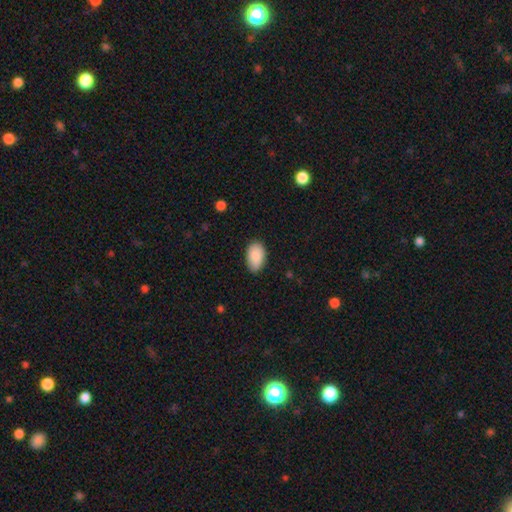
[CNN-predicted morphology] smooth-or-featured: smooth: 88% | star or artifact: 6% | featured or disk: 5%
  how-rounded: in between: 93% | round: 6% | cigar-shaped: 1%
  merging: none: 79% | minor disturbance: 17% | major disturbance: 3% | merger: 1%